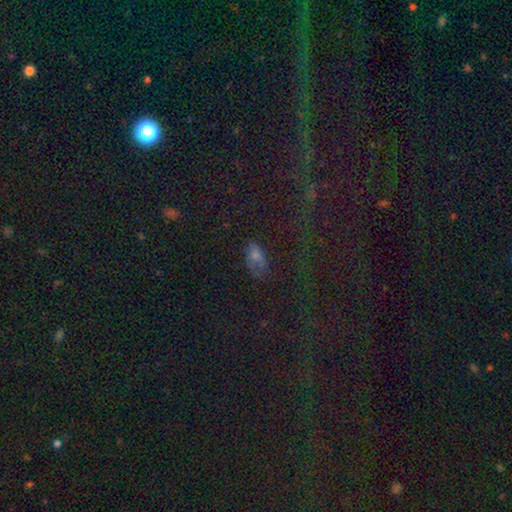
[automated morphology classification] This appears to be a smooth galaxy with no disk features (46%). Merging: none (58%).